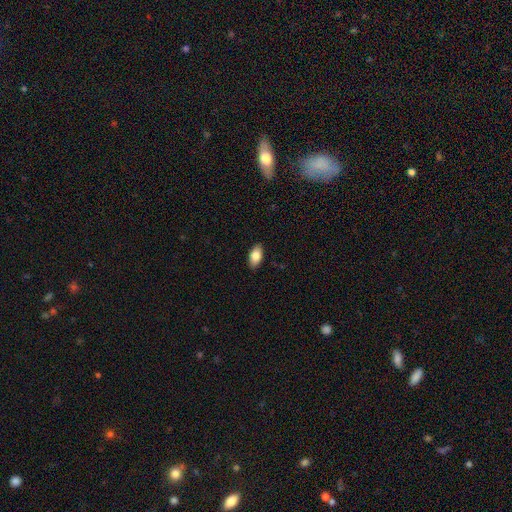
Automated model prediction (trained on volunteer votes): A smooth galaxy with no disk features (83%) that is in between round and cigar-shaped (93%).

Vote fractions:
- Smooth or featured? smooth: 83% / featured or disk: 11% / star or artifact: 7%
- How rounded? in between: 93% / cigar-shaped: 4% / round: 3%
- Merging? none: 89% / minor disturbance: 8% / major disturbance: 2% / merger: 1%